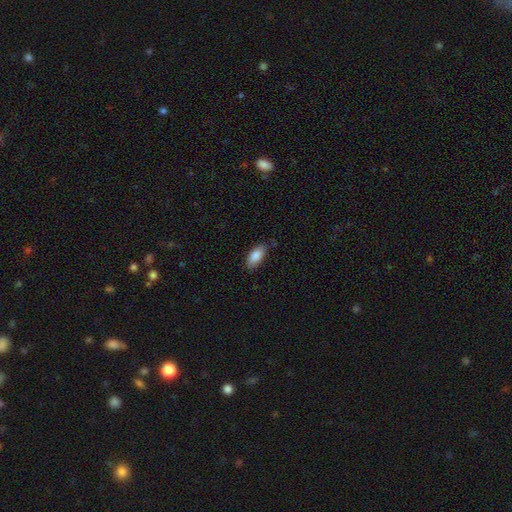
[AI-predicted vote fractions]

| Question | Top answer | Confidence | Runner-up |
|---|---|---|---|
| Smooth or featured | smooth | 87% | star or artifact (6%) |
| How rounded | in between | 90% | cigar-shaped (7%) |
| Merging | none | 74% | minor disturbance (21%) |